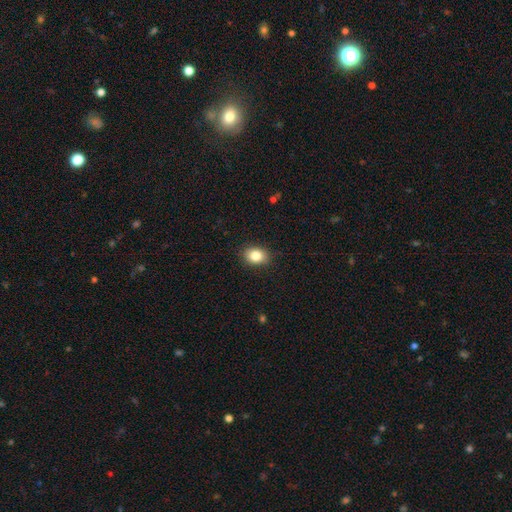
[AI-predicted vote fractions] A smooth galaxy with no disk features (84%) that is in between round and cigar-shaped (62%).

Vote fractions:
- Smooth or featured? smooth: 84% / star or artifact: 9% / featured or disk: 7%
- How rounded? in between: 62% / round: 37% / cigar-shaped: 1%
- Merging? none: 88% / minor disturbance: 9% / major disturbance: 2% / merger: 1%